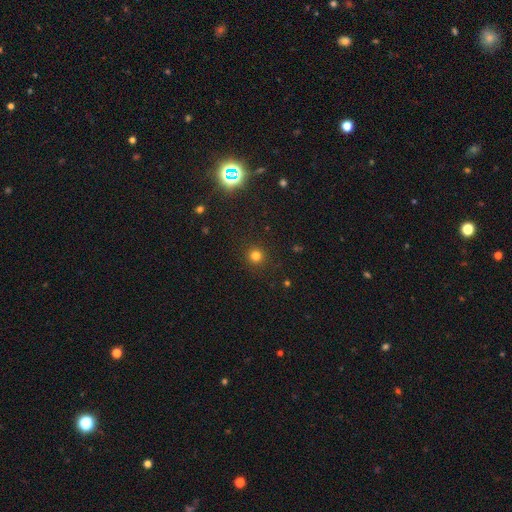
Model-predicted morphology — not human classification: smooth_or_featured: smooth (p=0.78) [alt: star or artifact p=0.17]
how_rounded: round (p=0.95) [alt: in between p=0.04]
merging: none (p=0.91) [alt: minor disturbance p=0.05]